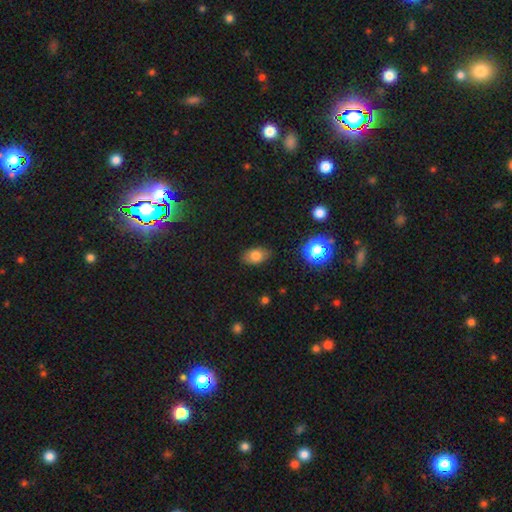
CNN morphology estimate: smooth-or-featured: smooth: 77% | star or artifact: 13% | featured or disk: 11%
  how-rounded: in between: 83% | round: 15% | cigar-shaped: 2%
  merging: none: 83% | minor disturbance: 13% | major disturbance: 3% | merger: 1%